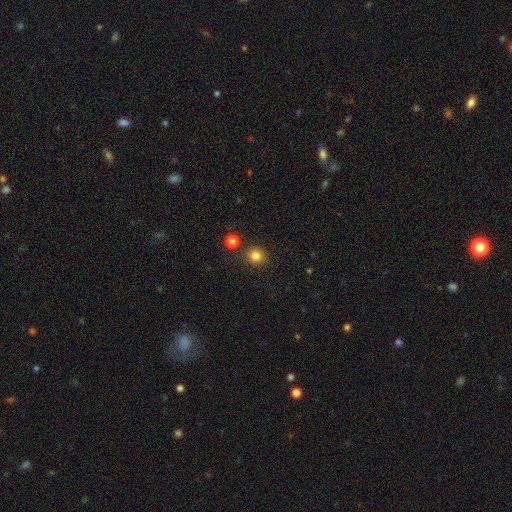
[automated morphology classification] Overall: smooth (82%). How rounded: round (90%). Merging: none (85%).